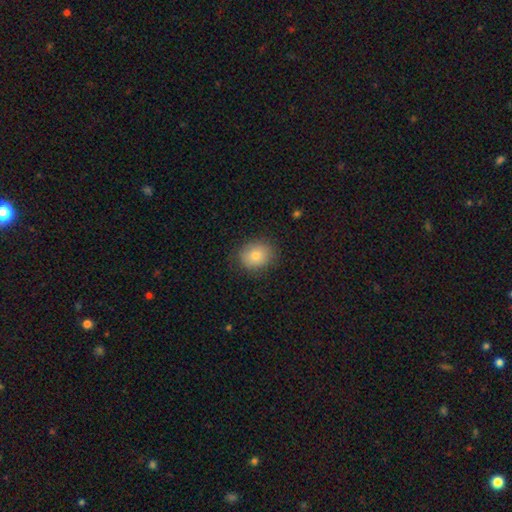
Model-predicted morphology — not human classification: type=smooth (80%); roundness=round (59%); merging=none (83%).